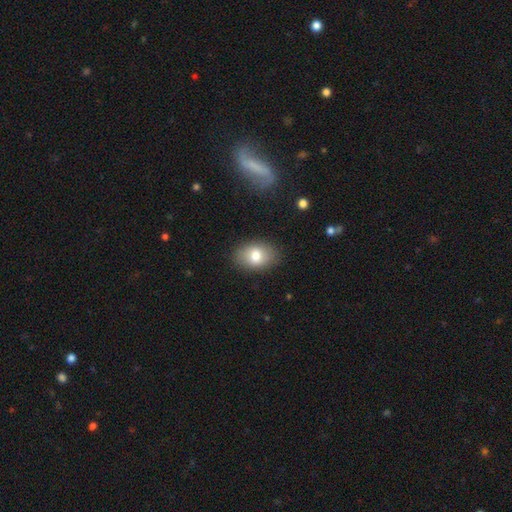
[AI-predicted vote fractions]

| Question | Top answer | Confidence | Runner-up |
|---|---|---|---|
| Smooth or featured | smooth | 77% | featured or disk (15%) |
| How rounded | in between | 83% | round (16%) |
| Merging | none | 86% | minor disturbance (10%) |